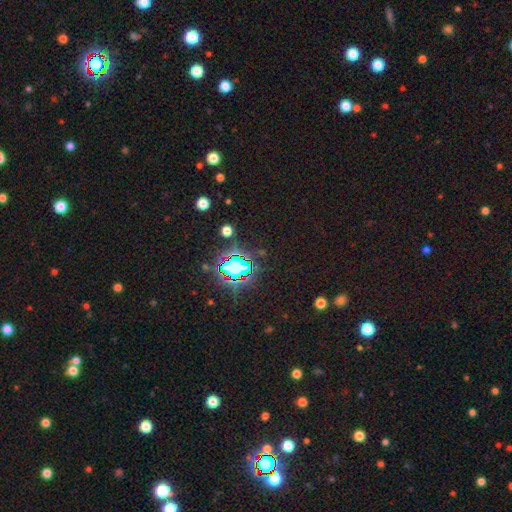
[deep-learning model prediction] Q: Smooth or featured?
A: star or artifact (81%); runner-up: smooth (12%)